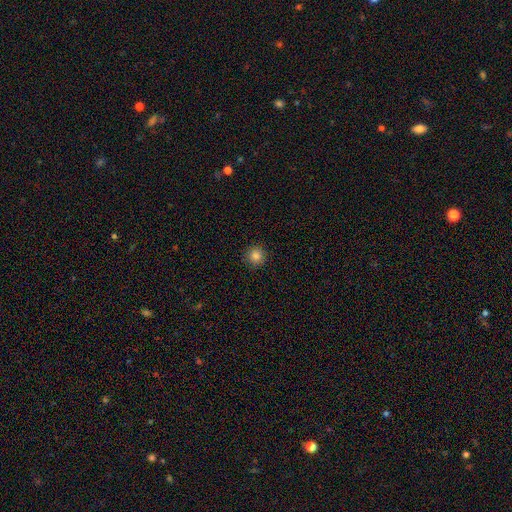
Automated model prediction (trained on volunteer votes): Smooth or featured? Predicted: smooth (p=0.84). How rounded? Predicted: round (p=0.94). Merging? Predicted: none (p=0.92).